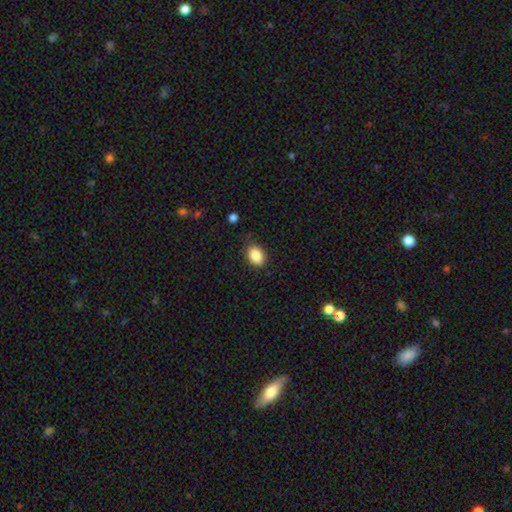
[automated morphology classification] Overall: smooth (87%). How rounded: in between (76%). Merging: none (85%).